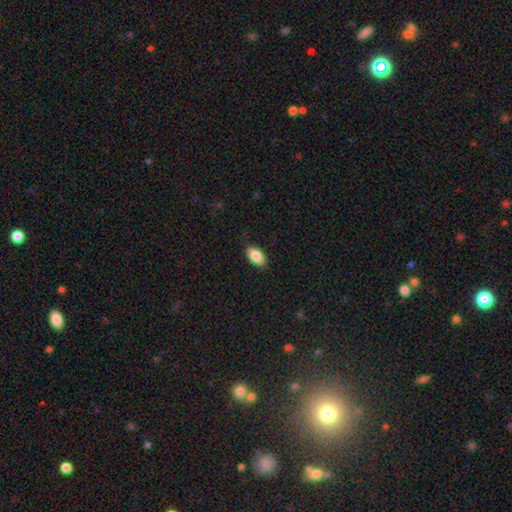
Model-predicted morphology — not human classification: A smooth galaxy with no disk features (88%) that is in between round and cigar-shaped (94%). Merging: none (85%).